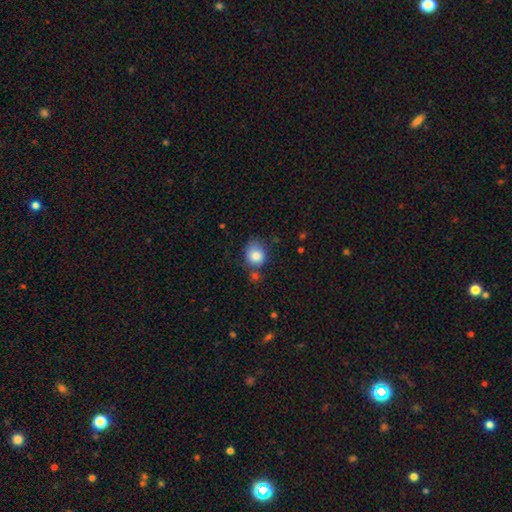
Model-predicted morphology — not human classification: Smooth or featured: smooth — 84% (star or artifact — 9%)
How rounded: round — 63% (in between — 37%)
Merging: none — 55% (minor disturbance — 26%)